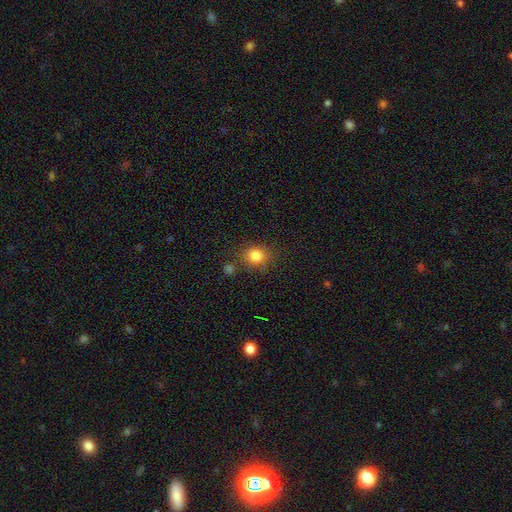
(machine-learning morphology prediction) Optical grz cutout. It shows a smooth galaxy with no disk features (83%) that is round (74%). Merging: none (73%).